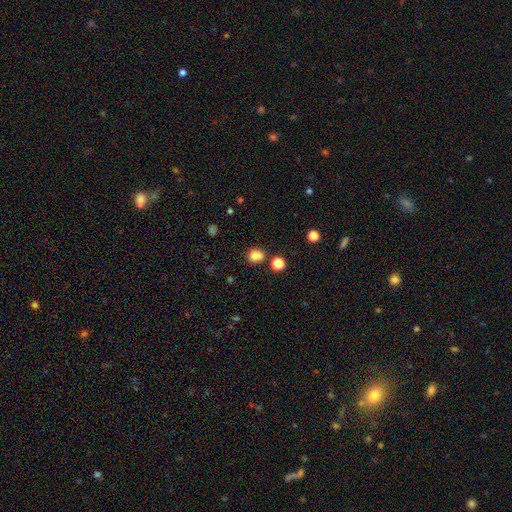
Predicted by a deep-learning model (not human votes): This appears to be a smooth galaxy with no disk features (81%) that is round (73%). Merging: none (75%).